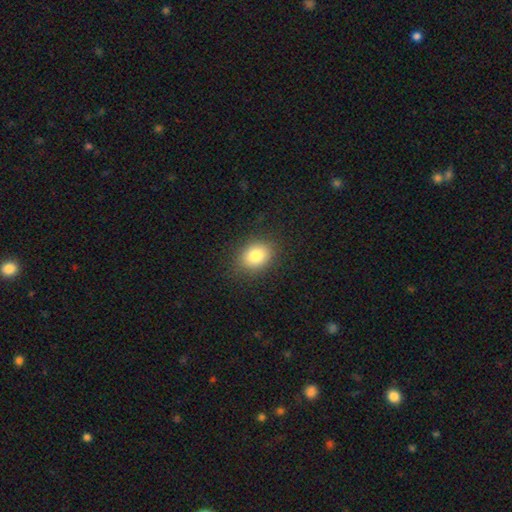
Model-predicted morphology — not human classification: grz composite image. It shows a smooth galaxy with no disk features (82%) that is in between round and cigar-shaped (57%). Merging: none (86%).